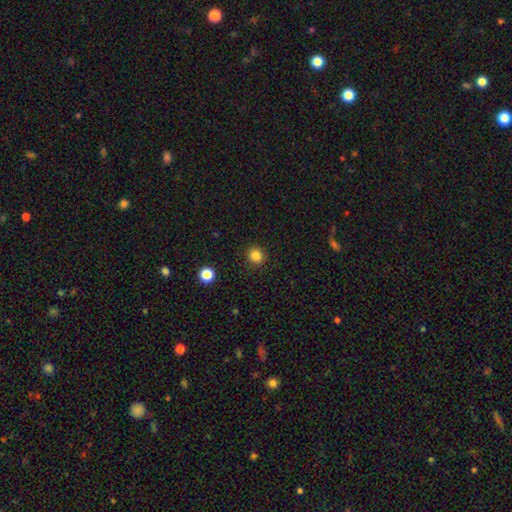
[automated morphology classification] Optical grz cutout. It shows a smooth galaxy with no disk features (83%) that is round (89%). Merging: none (91%).